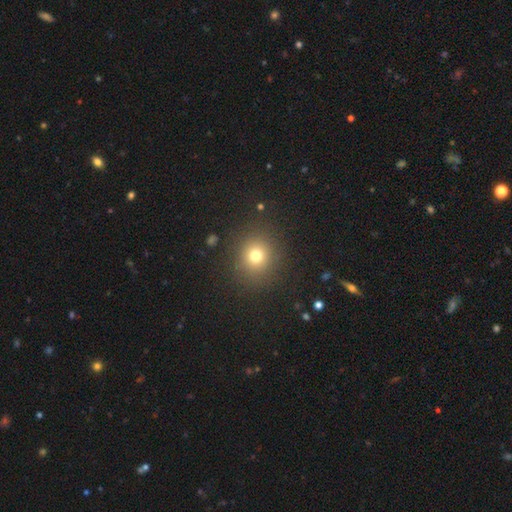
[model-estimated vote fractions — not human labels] smooth-or-featured: smooth: 74% | star or artifact: 18% | featured or disk: 8%
  how-rounded: round: 88% | in between: 11% | cigar-shaped: 1%
  merging: none: 88% | minor disturbance: 7% | major disturbance: 4% | merger: 1%